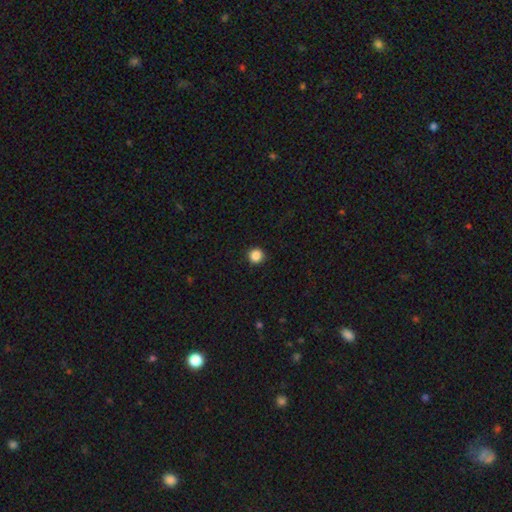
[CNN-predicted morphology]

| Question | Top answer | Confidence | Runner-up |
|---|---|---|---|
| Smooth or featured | smooth | 87% | star or artifact (11%) |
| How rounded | round | 94% | in between (5%) |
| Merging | none | 92% | minor disturbance (5%) |